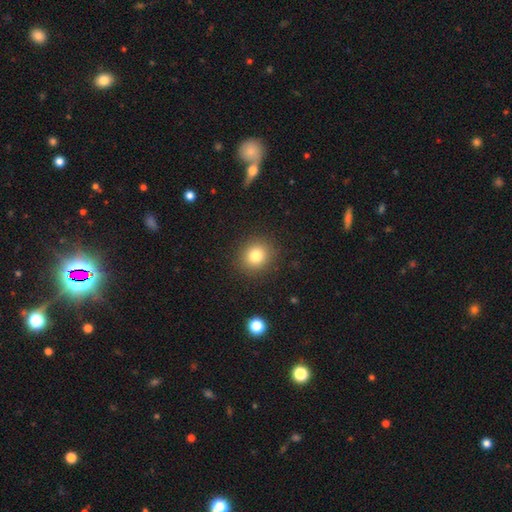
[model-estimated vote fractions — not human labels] Smooth or featured?
  - smooth: 80% *
  - star or artifact: 13%
  - featured or disk: 8%
How rounded?
  - round: 84% *
  - in between: 15%
  - cigar-shaped: 1%
Merging?
  - none: 90% *
  - minor disturbance: 7%
  - major disturbance: 2%
  - merger: 1%